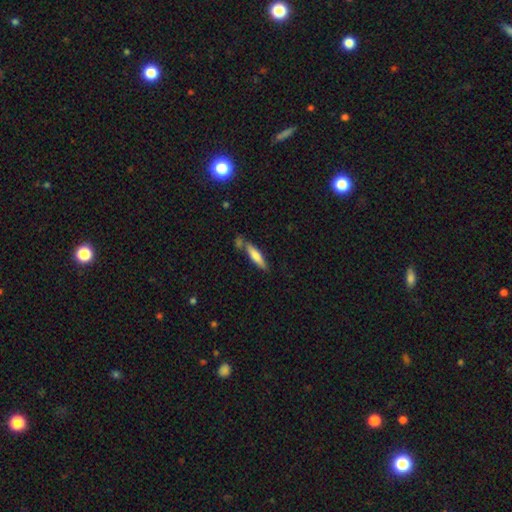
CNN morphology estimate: A smooth galaxy with no disk features (67%) that is cigar-shaped (79%).

Vote fractions:
- Smooth or featured? smooth: 67% / featured or disk: 27% / star or artifact: 6%
- How rounded? cigar-shaped: 79% / in between: 19% / round: 2%
- Merging? none: 65% / merger: 17% / minor disturbance: 15% / major disturbance: 4%